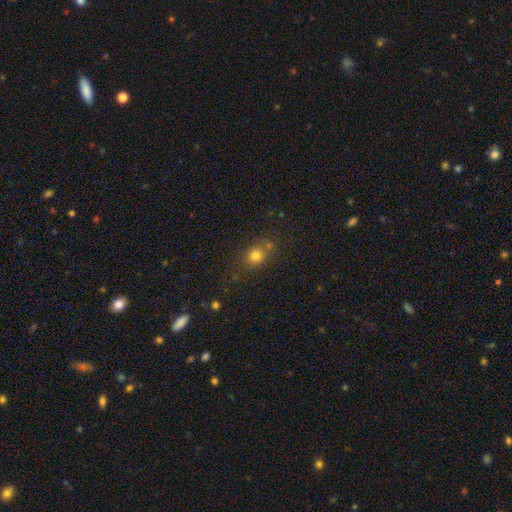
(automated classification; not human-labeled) smooth_or_featured: smooth (p=0.77) [alt: star or artifact p=0.15]
how_rounded: round (p=0.74) [alt: in between p=0.25]
merging: none (p=0.67) [alt: minor disturbance p=0.15]